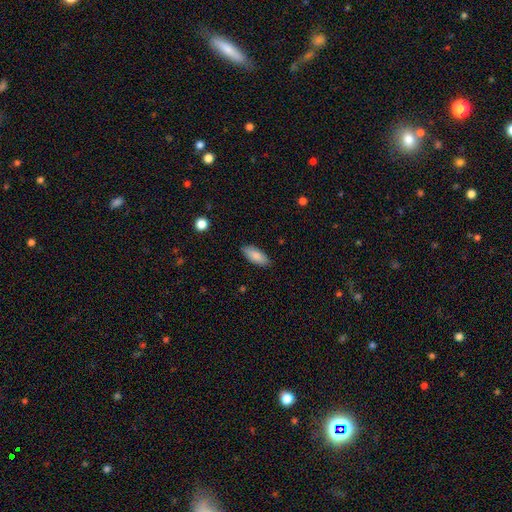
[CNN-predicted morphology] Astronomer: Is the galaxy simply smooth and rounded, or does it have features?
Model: smooth — 85%.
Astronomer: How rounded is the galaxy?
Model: in between — 83%.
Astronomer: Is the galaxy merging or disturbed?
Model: none — 86%.